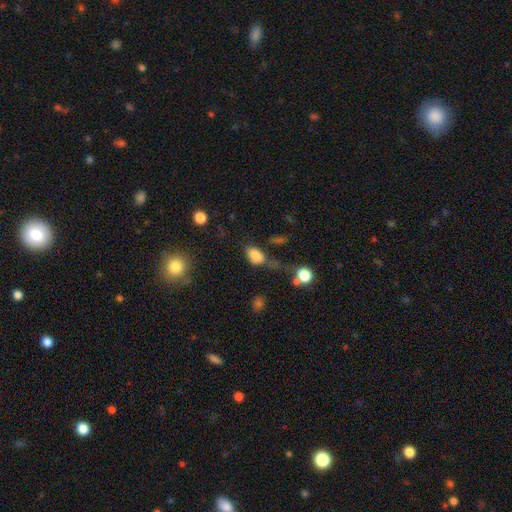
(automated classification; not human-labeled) A smooth galaxy with no disk features (82%) that is in between round and cigar-shaped (87%). Merging: none (46%).